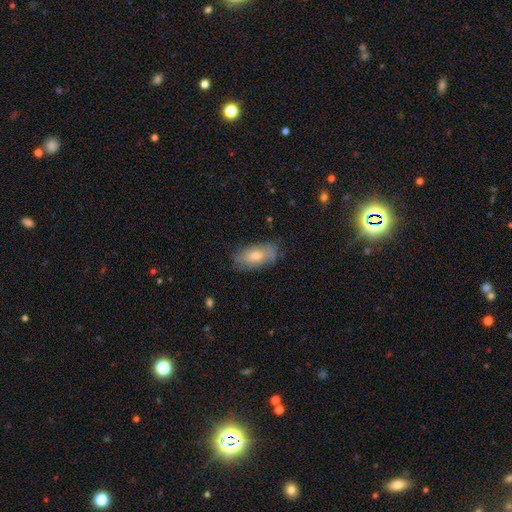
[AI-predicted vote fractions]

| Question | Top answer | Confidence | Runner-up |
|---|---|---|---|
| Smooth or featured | smooth | 55% | featured or disk (36%) |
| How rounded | in between | 89% | cigar-shaped (7%) |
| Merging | none | 75% | minor disturbance (19%) |